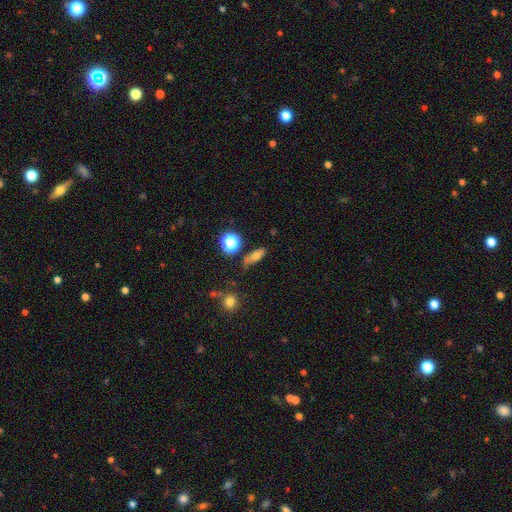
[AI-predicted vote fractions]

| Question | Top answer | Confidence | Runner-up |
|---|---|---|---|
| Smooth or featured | smooth | 62% | featured or disk (21%) |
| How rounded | in between | 50% | cigar-shaped (35%) |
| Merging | none | 72% | minor disturbance (17%) |